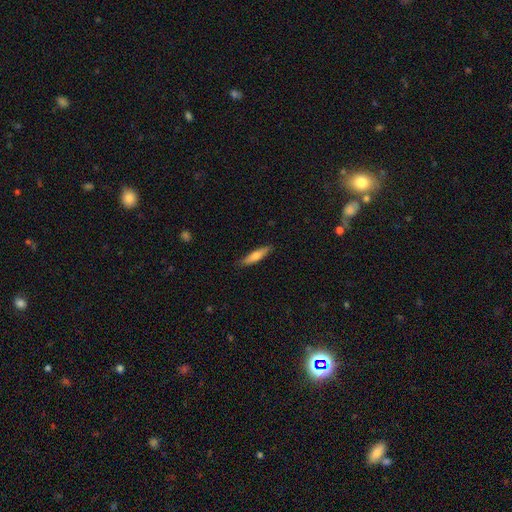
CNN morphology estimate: Smooth or featured?
  - smooth: 67% *
  - featured or disk: 27%
  - star or artifact: 6%
How rounded?
  - cigar-shaped: 78% *
  - in between: 20%
  - round: 2%
Merging?
  - none: 87% *
  - minor disturbance: 10%
  - major disturbance: 2%
  - merger: 1%